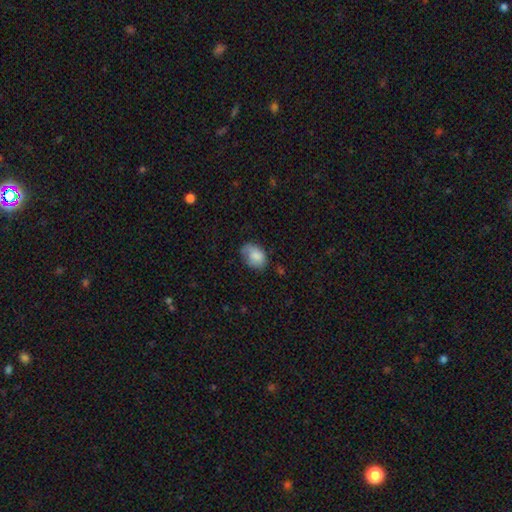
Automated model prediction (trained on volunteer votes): Smooth or featured: smooth — 81% (featured or disk — 12%)
How rounded: in between — 78% (round — 21%)
Merging: none — 54% (minor disturbance — 32%)